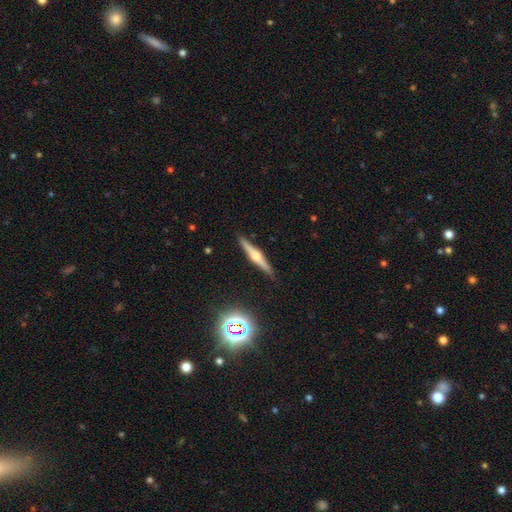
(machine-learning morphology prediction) smooth_or_featured: featured or disk (p=0.71) [alt: smooth p=0.21]
disk_edge_on: yes (p=0.98) [alt: no p=0.02]
edge_on_bulge: rounded (p=0.85) [alt: boxy p=0.11]
merging: none (p=0.90) [alt: minor disturbance p=0.07]